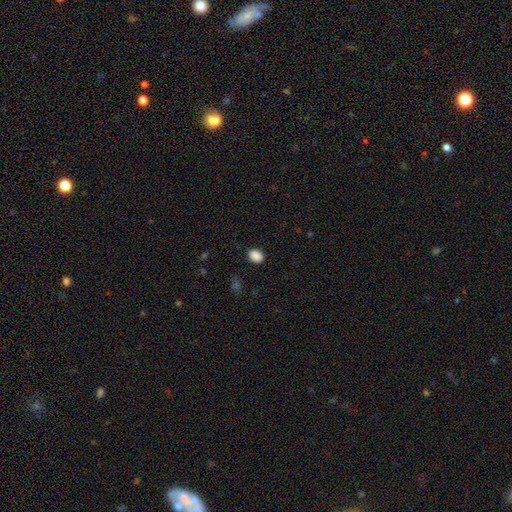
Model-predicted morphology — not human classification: The model was most divided on "how rounded": in between: 71%, round: 28%, cigar-shaped: 1%. More confident: smooth or featured — smooth (88%); merging — none (86%).